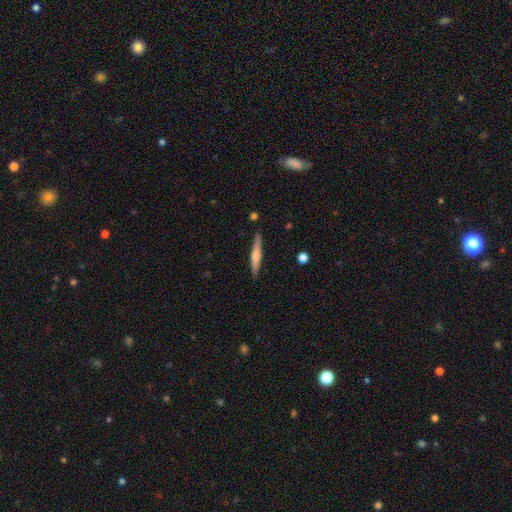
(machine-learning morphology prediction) A featured or disk galaxy (54%) viewed edge-on (97%) with a rounded central bulge (76%). Merging: none (89%).